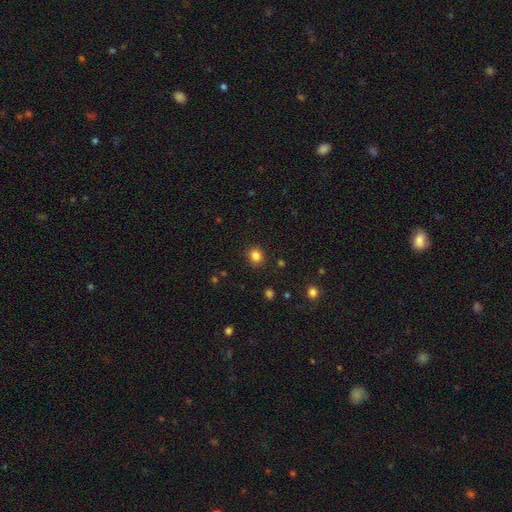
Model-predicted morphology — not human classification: Overall: smooth (84%). How rounded: round (71%). Merging: none (86%).